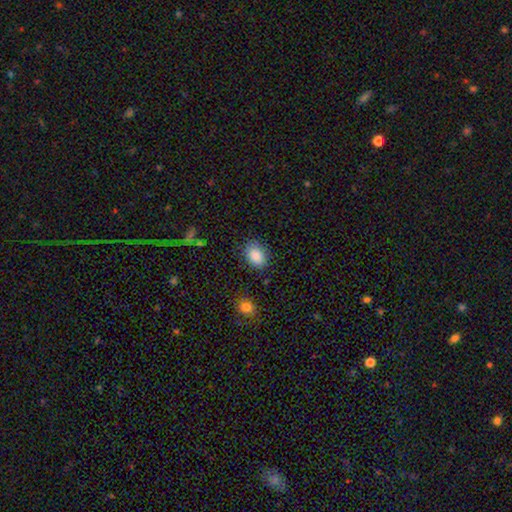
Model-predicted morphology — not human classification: type=smooth (88%); roundness=in between (79%); merging=none (81%).